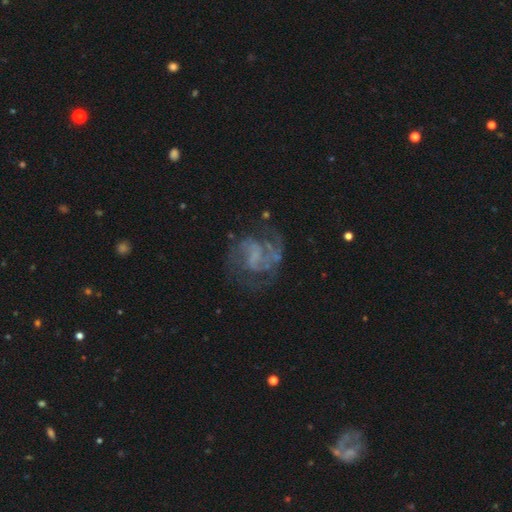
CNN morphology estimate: This is likely a featured or disk galaxy (80%). It is clearly not viewed edge-on (98%). Bar: possibly no (48%). Spiral arm pattern: clearly yes (87%). Spiral arm count: possibly 2 (57%). Spiral winding: possibly medium (48%). Central bulge: likely none (60%). Merging: possibly none (59%).